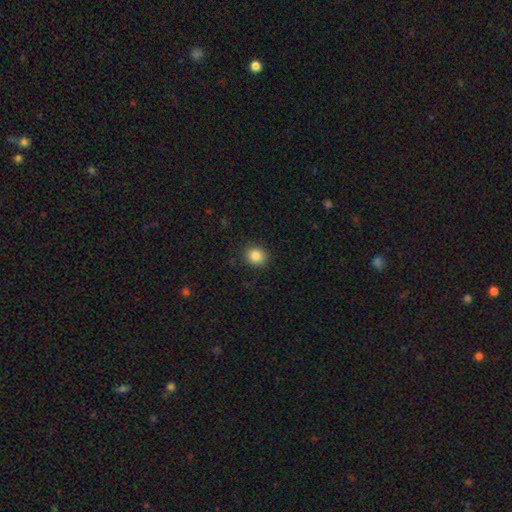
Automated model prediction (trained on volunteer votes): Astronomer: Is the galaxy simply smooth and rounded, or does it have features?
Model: smooth — 86%.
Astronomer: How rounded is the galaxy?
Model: round — 80%.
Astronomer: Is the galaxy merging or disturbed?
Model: none — 89%.